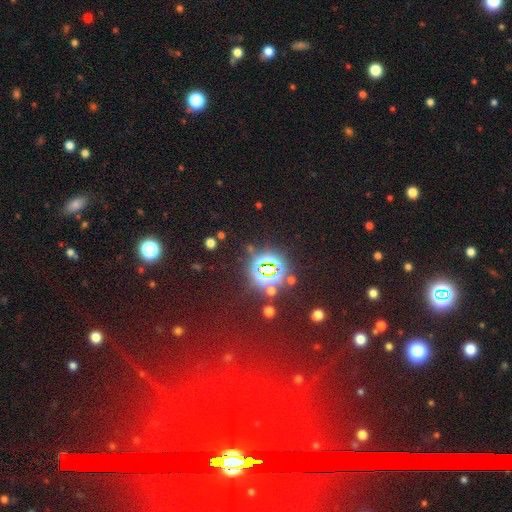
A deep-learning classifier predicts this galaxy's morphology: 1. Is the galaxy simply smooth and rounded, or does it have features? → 79% star or artifact, 12% smooth, 9% featured or disk.